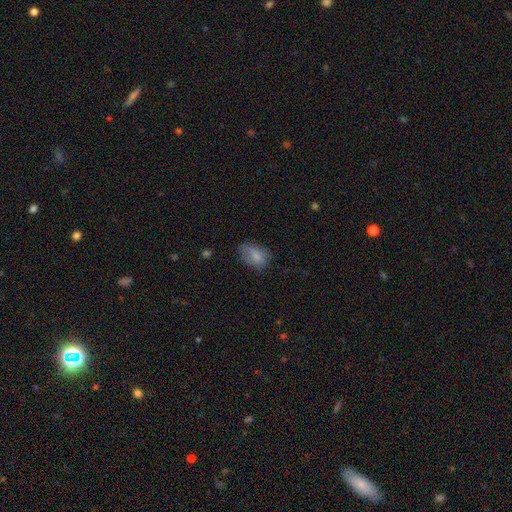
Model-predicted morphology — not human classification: This appears to be a smooth galaxy with no disk features (77%) that is in between round and cigar-shaped (84%). Merging: none (51%).